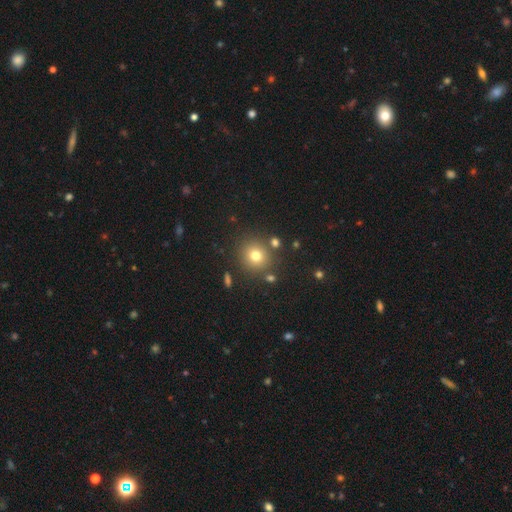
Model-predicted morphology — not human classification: Smooth or featured?
  - smooth: 74% *
  - star or artifact: 16%
  - featured or disk: 10%
How rounded?
  - round: 89% *
  - in between: 10%
  - cigar-shaped: 1%
Merging?
  - none: 83% *
  - minor disturbance: 8%
  - merger: 5%
  - major disturbance: 3%